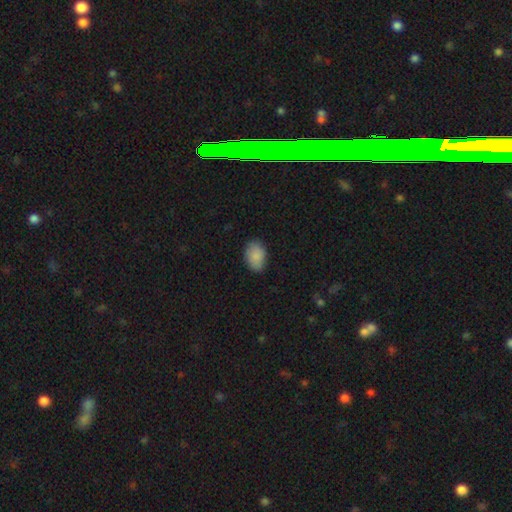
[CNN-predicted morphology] This is clearly a smooth galaxy (87%). How rounded: clearly in between (85%). Merging: clearly none (82%).